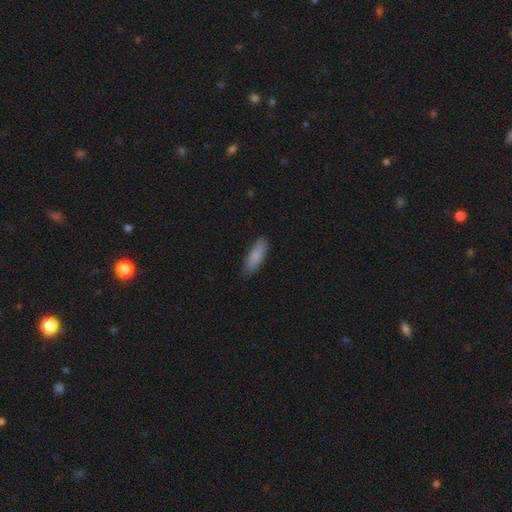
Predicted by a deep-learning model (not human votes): Morphology: type=smooth (85%); roundness=in between (64%); merging=none (85%).